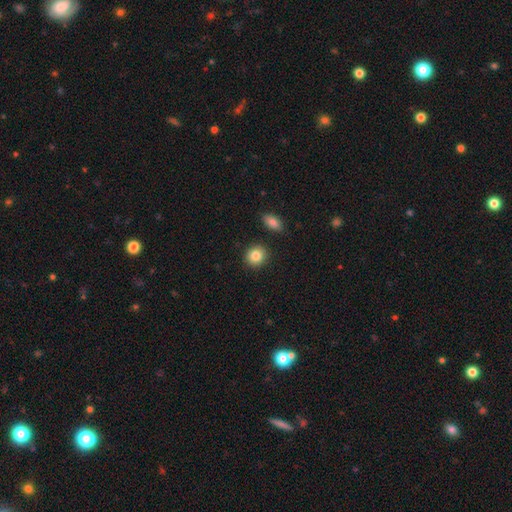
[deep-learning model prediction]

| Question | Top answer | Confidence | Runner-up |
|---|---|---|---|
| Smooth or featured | smooth | 85% | star or artifact (8%) |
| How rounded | round | 84% | in between (15%) |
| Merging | none | 88% | minor disturbance (7%) |